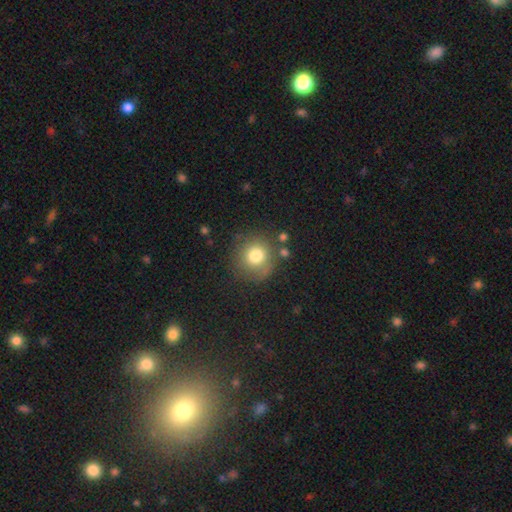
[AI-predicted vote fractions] Q: Smooth or featured?
A: smooth (77%); runner-up: star or artifact (12%)
Q: How rounded?
A: round (90%); runner-up: in between (9%)
Q: Merging?
A: none (77%); runner-up: minor disturbance (13%)